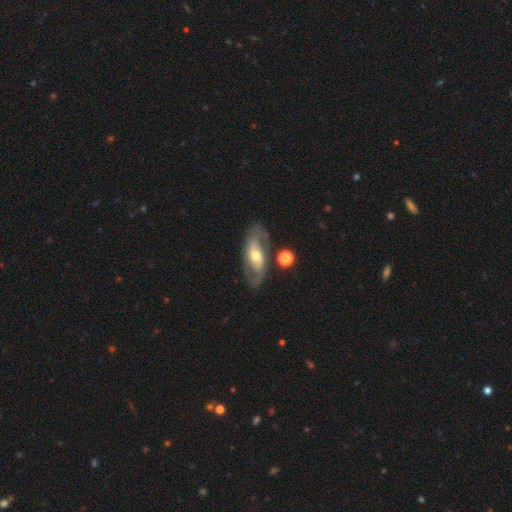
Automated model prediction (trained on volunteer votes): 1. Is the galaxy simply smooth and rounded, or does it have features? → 73% featured or disk, 21% smooth, 6% star or artifact.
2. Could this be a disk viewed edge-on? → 89% no, 11% yes.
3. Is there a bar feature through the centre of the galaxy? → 45% no, 35% weak, 20% strong.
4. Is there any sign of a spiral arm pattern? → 77% yes, 23% no.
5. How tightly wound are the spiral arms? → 44% medium, 31% loose, 25% tight.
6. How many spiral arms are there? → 81% 2, 13% can't tell, 3% 1, 2% 3, 1% 4, 1% more than 4.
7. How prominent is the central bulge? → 62% moderate, 30% small, 6% large, 1% none, 1% dominant.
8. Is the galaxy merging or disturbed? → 72% none, 16% minor disturbance, 7% major disturbance, 5% merger.